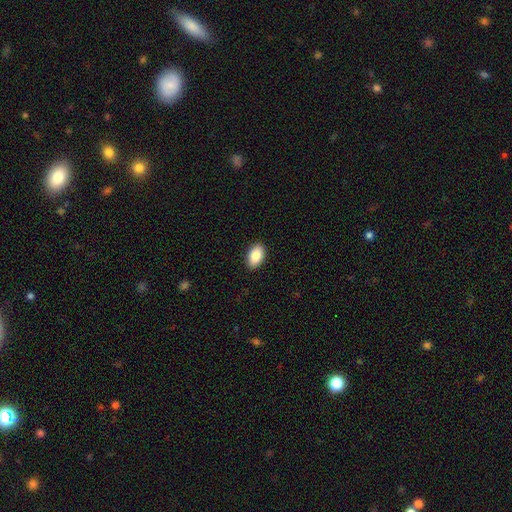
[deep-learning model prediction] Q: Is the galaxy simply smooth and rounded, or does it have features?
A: smooth — 87%.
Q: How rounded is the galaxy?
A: in between — 93%.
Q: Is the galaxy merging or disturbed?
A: none — 90%.